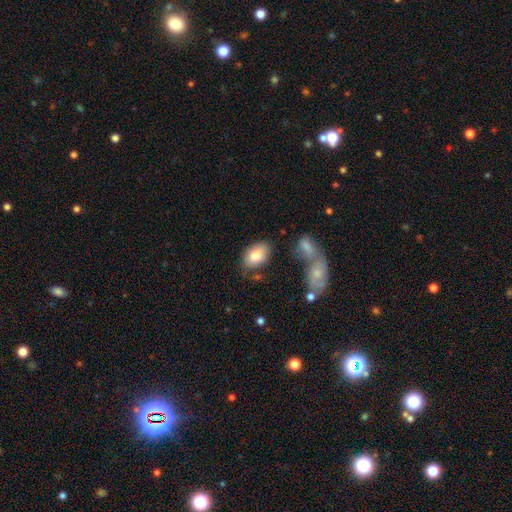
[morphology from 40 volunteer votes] Q: Smooth or featured?
A: smooth (78%); runner-up: featured or disk (15%)
Q: How rounded?
A: in between (87%); runner-up: round (13%)
Q: Merging?
A: none (73%); runner-up: minor disturbance (19%)